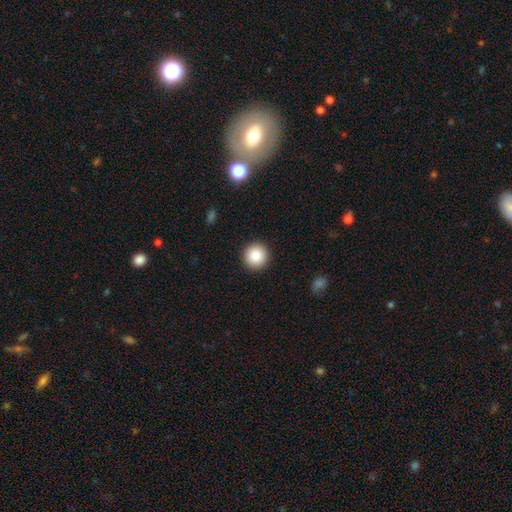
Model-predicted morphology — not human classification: smooth-or-featured: smooth: 86% | star or artifact: 9% | featured or disk: 6%
  how-rounded: round: 96% | in between: 3% | cigar-shaped: 1%
  merging: none: 93% | minor disturbance: 4% | major disturbance: 2% | merger: 1%